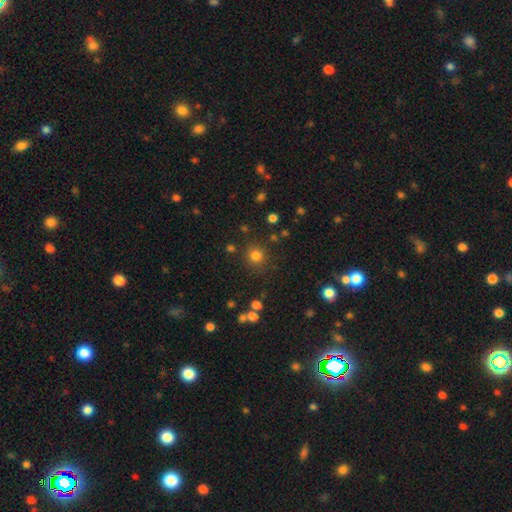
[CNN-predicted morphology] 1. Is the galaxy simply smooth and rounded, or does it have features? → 79% smooth, 16% star or artifact, 5% featured or disk.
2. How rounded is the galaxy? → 92% round, 7% in between, 1% cigar-shaped.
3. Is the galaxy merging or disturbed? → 86% none, 8% minor disturbance, 3% merger, 3% major disturbance.